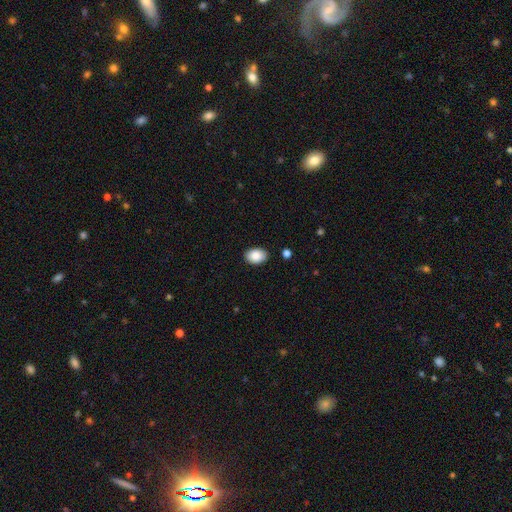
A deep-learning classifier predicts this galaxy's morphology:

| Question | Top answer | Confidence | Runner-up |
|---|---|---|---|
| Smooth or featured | smooth | 88% | star or artifact (7%) |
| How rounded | in between | 85% | round (14%) |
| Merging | none | 88% | minor disturbance (9%) |